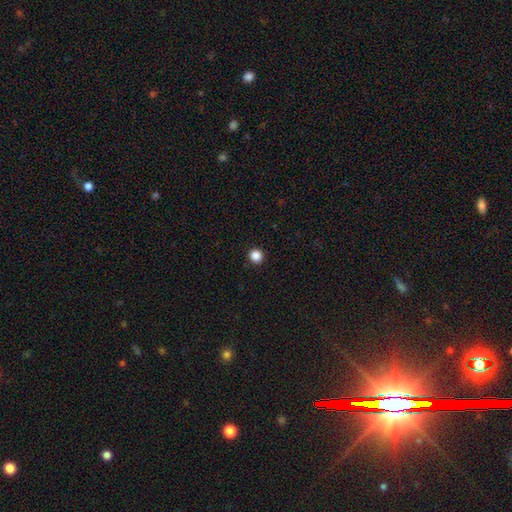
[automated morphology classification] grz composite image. It shows a smooth galaxy with no disk features (86%) that is round (95%). Merging: none (94%).